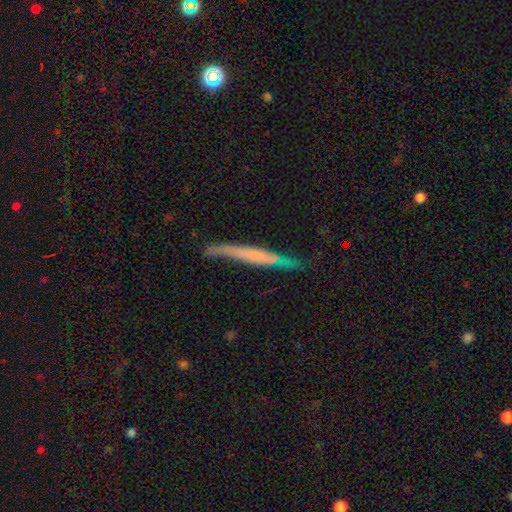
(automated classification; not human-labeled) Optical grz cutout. It shows a featured or disk galaxy (56%) viewed edge-on (88%). Merging: none (65%).